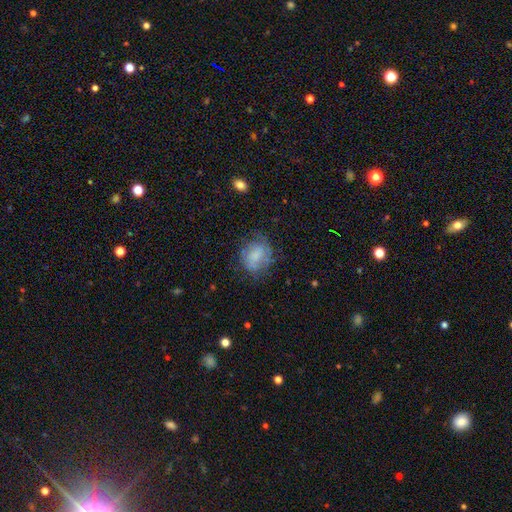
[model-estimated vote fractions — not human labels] Smooth or featured?
  - smooth: 61% *
  - featured or disk: 30%
  - star or artifact: 9%
How rounded?
  - in between: 50% *
  - round: 49%
  - cigar-shaped: 1%
Merging?
  - none: 57% *
  - minor disturbance: 27%
  - major disturbance: 14%
  - merger: 2%